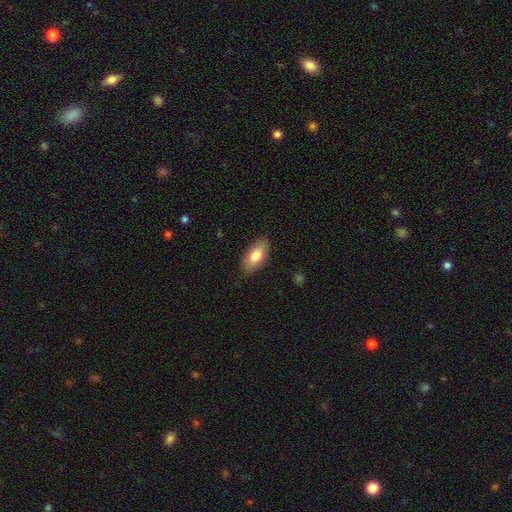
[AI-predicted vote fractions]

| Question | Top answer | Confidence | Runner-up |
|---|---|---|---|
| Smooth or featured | smooth | 79% | featured or disk (15%) |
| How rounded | in between | 88% | cigar-shaped (9%) |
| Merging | none | 86% | minor disturbance (11%) |